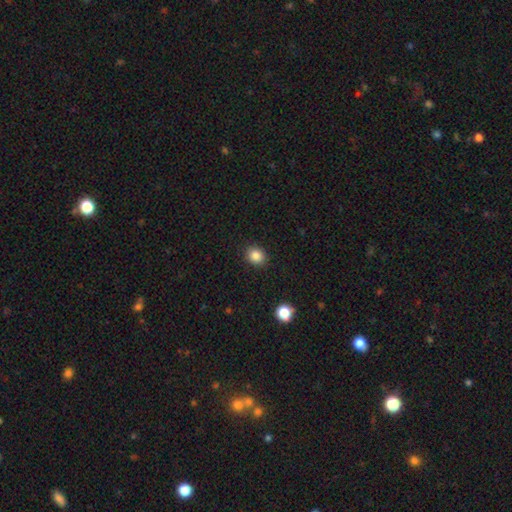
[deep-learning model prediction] Smooth or featured: smooth — 86% (star or artifact — 10%)
How rounded: round — 66% (in between — 34%)
Merging: none — 90% (minor disturbance — 7%)